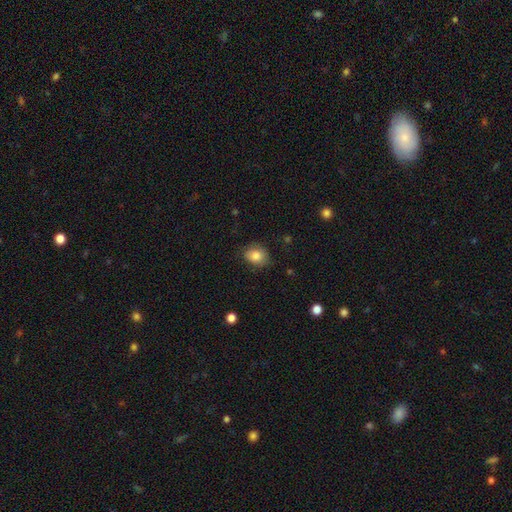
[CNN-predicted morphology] smooth_or_featured: smooth (p=0.84) [alt: star or artifact p=0.09]
how_rounded: round (p=0.50) [alt: in between p=0.49]
merging: none (p=0.79) [alt: minor disturbance p=0.16]